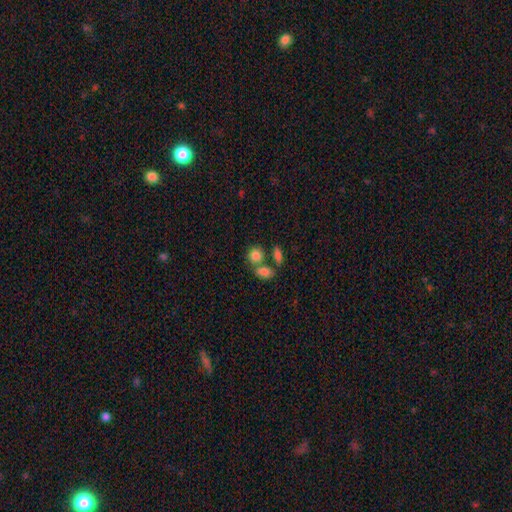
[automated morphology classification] type=smooth (82%); roundness=round (65%); merging=none (52%).